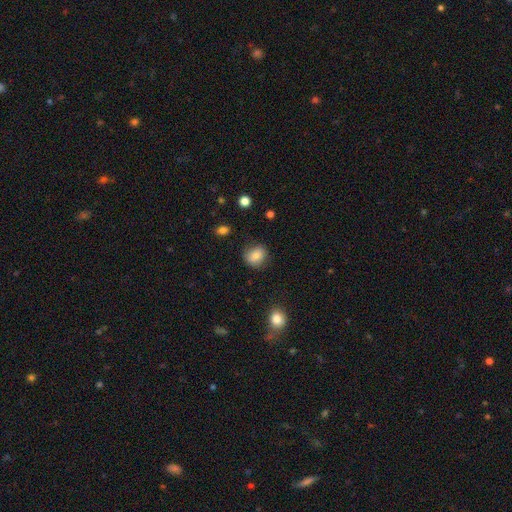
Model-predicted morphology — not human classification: A smooth galaxy with no disk features (82%) that is round (72%). Merging: none (79%).